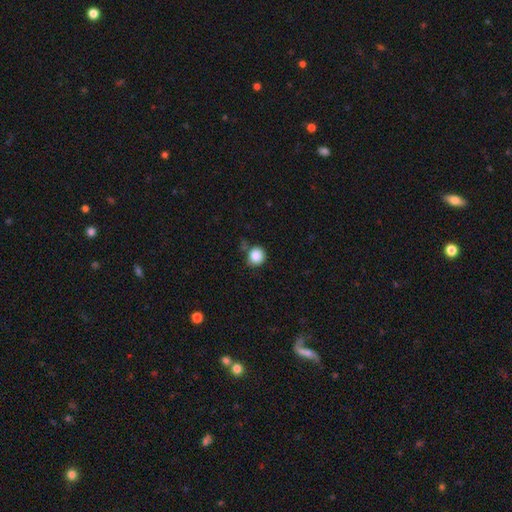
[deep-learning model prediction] smooth-or-featured: smooth: 86% | star or artifact: 10% | featured or disk: 4%
  how-rounded: round: 89% | in between: 10% | cigar-shaped: 1%
  merging: none: 72% | minor disturbance: 17% | merger: 6% | major disturbance: 5%